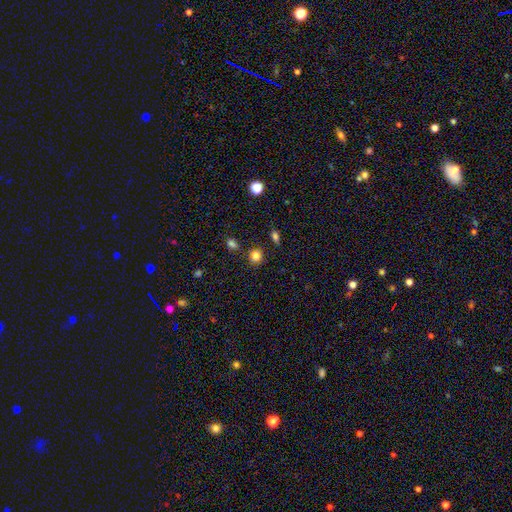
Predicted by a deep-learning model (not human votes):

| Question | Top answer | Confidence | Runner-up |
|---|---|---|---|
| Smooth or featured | smooth | 82% | star or artifact (13%) |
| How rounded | round | 84% | in between (15%) |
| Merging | none | 83% | minor disturbance (9%) |